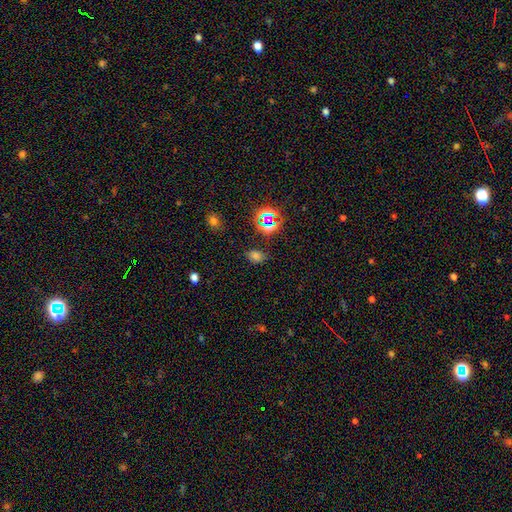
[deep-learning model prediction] Smooth or featured?
  - smooth: 56% *
  - star or artifact: 37%
  - featured or disk: 7%
How rounded?
  - in between: 70% *
  - round: 29%
  - cigar-shaped: 2%
Merging?
  - none: 81% *
  - minor disturbance: 12%
  - major disturbance: 4%
  - merger: 3%